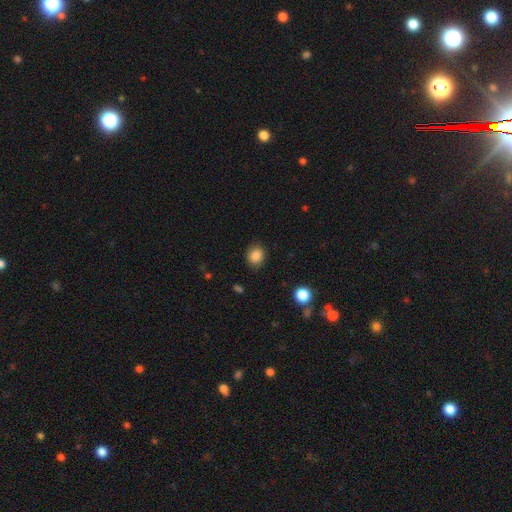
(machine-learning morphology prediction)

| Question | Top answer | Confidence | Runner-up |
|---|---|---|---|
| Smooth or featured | smooth | 85% | star or artifact (10%) |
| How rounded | round | 61% | in between (38%) |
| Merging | none | 86% | minor disturbance (10%) |